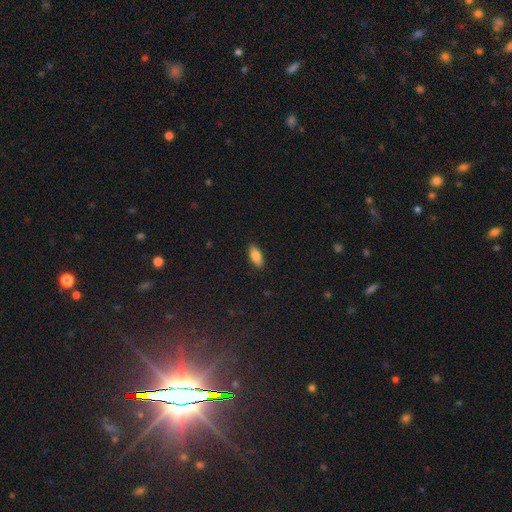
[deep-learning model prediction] Morphology: type=smooth (81%); roundness=in between (84%); merging=none (88%).